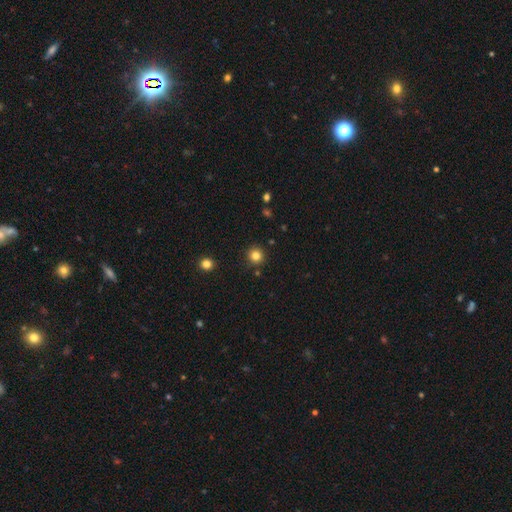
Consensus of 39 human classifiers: This is clearly a smooth galaxy (82%). How rounded: clearly round (94%). Merging: clearly none (89%).